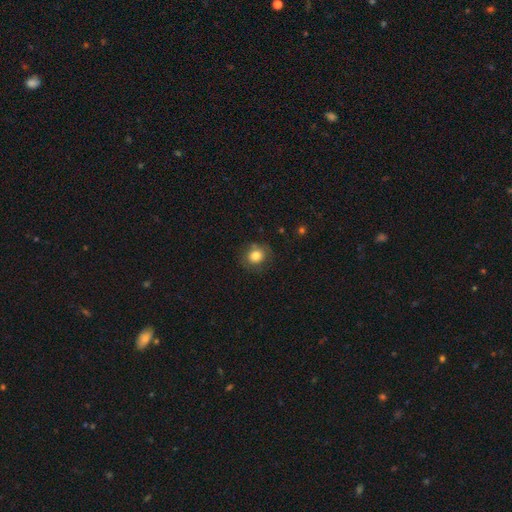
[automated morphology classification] Smooth or featured? Predicted: smooth (p=0.80). How rounded? Predicted: round (p=0.80). Merging? Predicted: none (p=0.77).